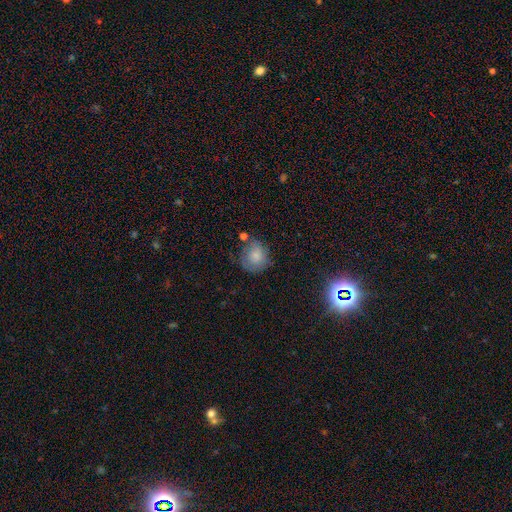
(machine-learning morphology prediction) smooth 77%, featured or disk 14%, star or artifact 9%. Down the decision tree: how rounded — round (79%); merging — none (57%).